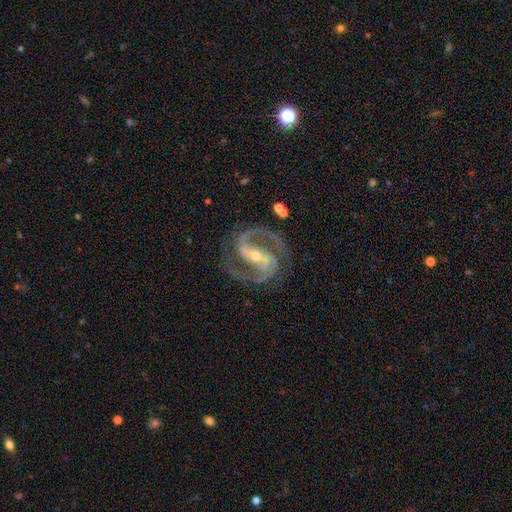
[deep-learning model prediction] smooth_or_featured: featured or disk (p=0.94) [alt: star or artifact p=0.04]
disk_edge_on: no (p=0.98) [alt: yes p=0.02]
bar: strong (p=0.63) [alt: weak p=0.25]
has_spiral_arms: yes (p=0.99) [alt: no p=0.01]
spiral_winding: medium (p=0.63) [alt: tight p=0.28]
spiral_arm_count: 2 (p=0.92) [alt: 3 p=0.03]
bulge_size: small (p=0.61) [alt: moderate p=0.36]
merging: none (p=0.81) [alt: minor disturbance p=0.12]